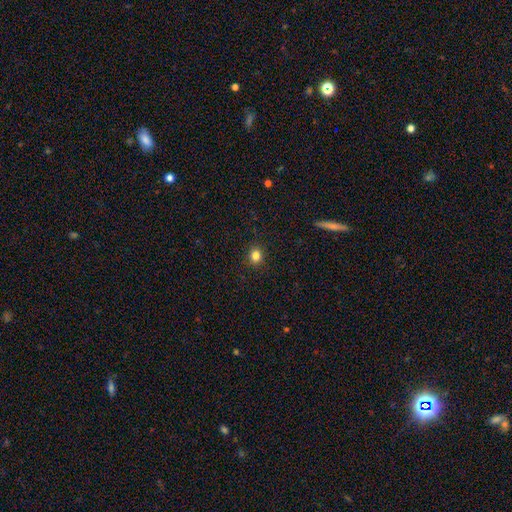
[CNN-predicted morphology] The model was most divided on "how rounded": round: 82%, in between: 17%, cigar-shaped: 1%. More confident: merging — none (91%); smooth or featured — smooth (82%).